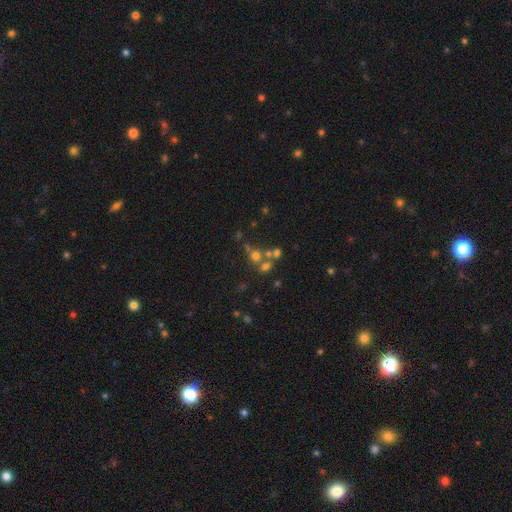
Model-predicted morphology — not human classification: Smooth or featured? Predicted: smooth (p=0.53). How rounded? Predicted: round (p=0.83). Merging? Predicted: none (p=0.45).